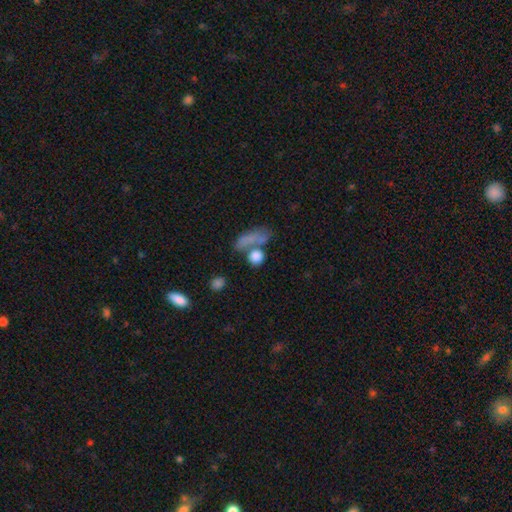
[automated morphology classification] This appears to be a smooth galaxy with no disk features (79%) that is round (64%). Merging: none (44%).